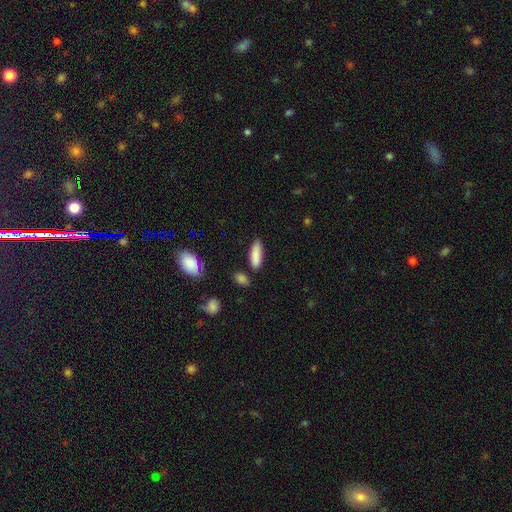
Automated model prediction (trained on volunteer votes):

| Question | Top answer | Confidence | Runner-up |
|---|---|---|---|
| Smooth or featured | smooth | 86% | star or artifact (7%) |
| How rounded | in between | 54% | cigar-shaped (44%) |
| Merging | none | 80% | minor disturbance (13%) |